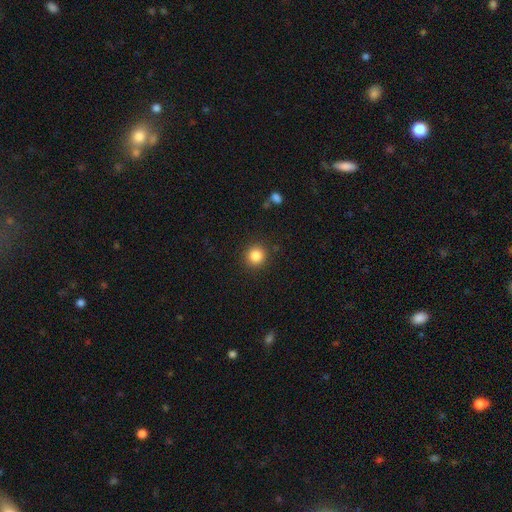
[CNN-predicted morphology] Smooth or featured?
  - smooth: 85% *
  - star or artifact: 10%
  - featured or disk: 4%
How rounded?
  - round: 92% *
  - in between: 8%
  - cigar-shaped: 1%
Merging?
  - none: 90% *
  - minor disturbance: 7%
  - major disturbance: 3%
  - merger: 1%